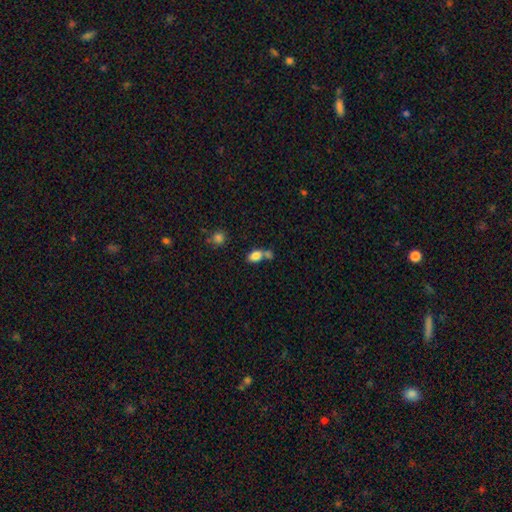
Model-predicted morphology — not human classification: Smooth or featured?
  - smooth: 82% *
  - star or artifact: 9%
  - featured or disk: 9%
How rounded?
  - in between: 86% *
  - round: 11%
  - cigar-shaped: 3%
Merging?
  - merger: 43% *
  - none: 38%
  - minor disturbance: 12%
  - major disturbance: 6%